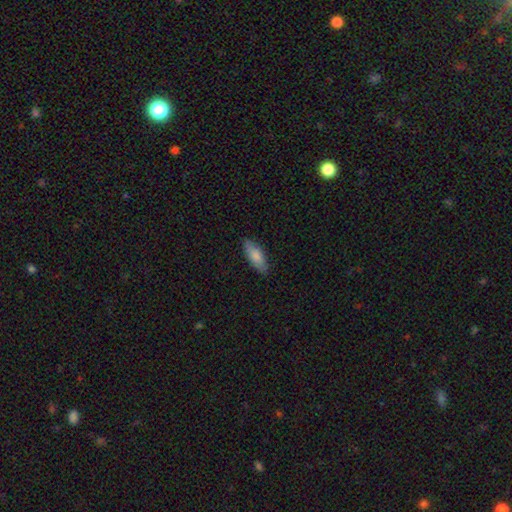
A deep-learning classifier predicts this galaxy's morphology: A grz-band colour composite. It shows a smooth galaxy with no disk features (82%) that is in between round and cigar-shaped (69%). Merging: none (84%).